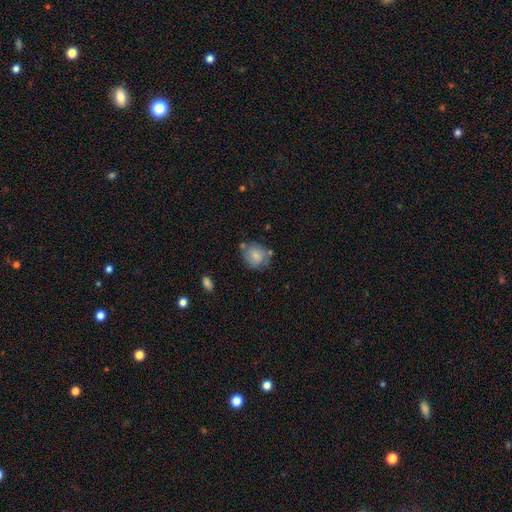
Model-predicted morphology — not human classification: Smooth or featured? smooth (77%)
How rounded? round (66%)
Merging? none (61%)